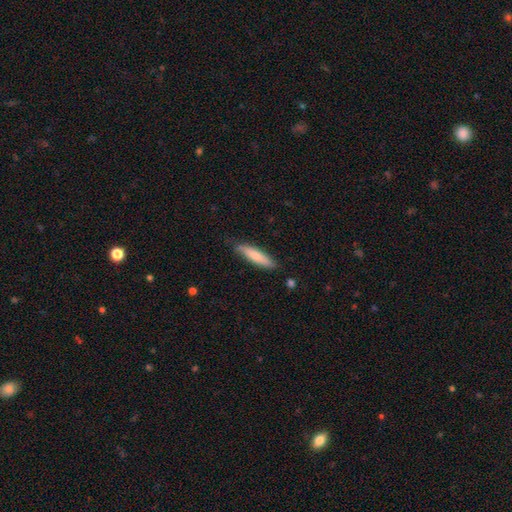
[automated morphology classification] Q: Smooth or featured?
A: smooth (72%); runner-up: featured or disk (22%)
Q: How rounded?
A: cigar-shaped (80%); runner-up: in between (18%)
Q: Merging?
A: none (80%); runner-up: minor disturbance (16%)